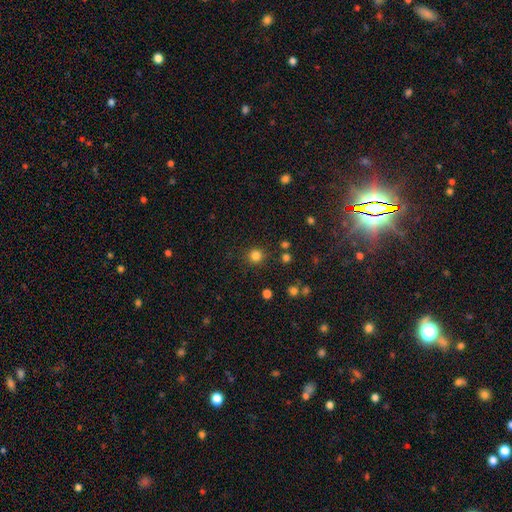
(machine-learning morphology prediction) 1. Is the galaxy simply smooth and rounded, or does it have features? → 82% smooth, 14% star or artifact, 4% featured or disk.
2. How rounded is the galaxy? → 93% round, 6% in between, 1% cigar-shaped.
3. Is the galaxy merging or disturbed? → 87% none, 7% minor disturbance, 3% major disturbance, 3% merger.